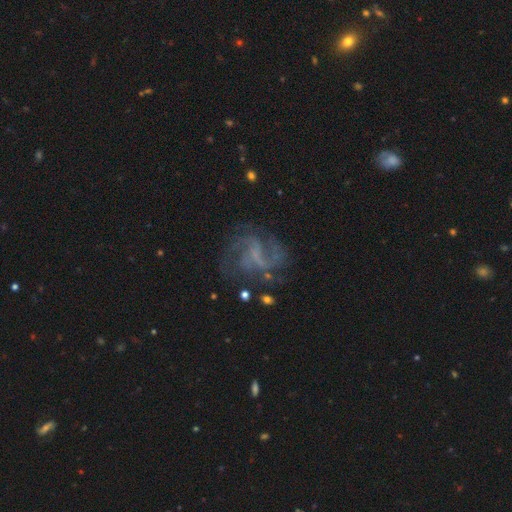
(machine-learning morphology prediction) This appears to be a featured or disk galaxy (80%) with a weak bar (45%), 2 (33%) medium (45%) spiral arms (91%) and no central bulge (62%). Merging: none (64%).